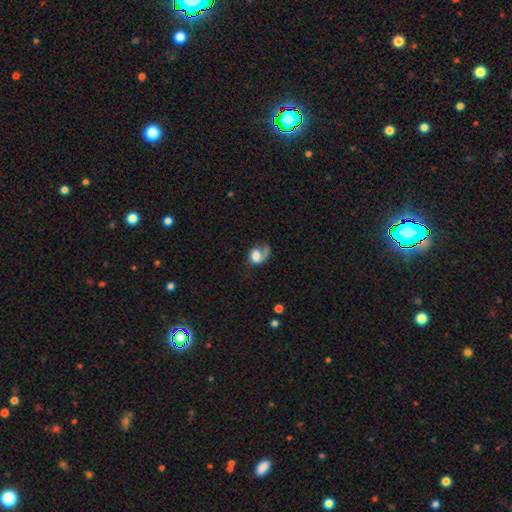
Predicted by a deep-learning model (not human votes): smooth 51%, featured or disk 40%, star or artifact 9%. Down the decision tree: how rounded — in between (57%); merging — major disturbance (45%).